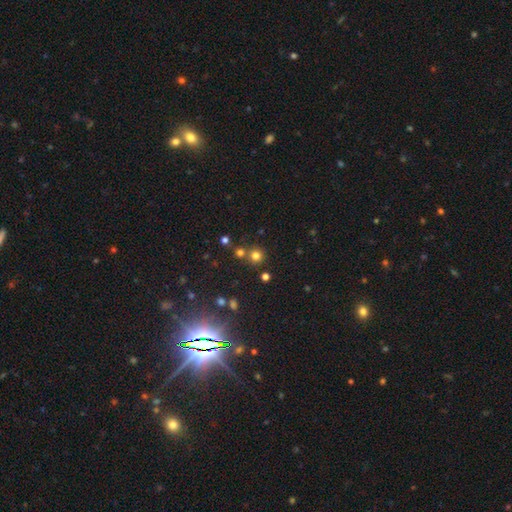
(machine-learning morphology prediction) This appears to be a smooth galaxy with no disk features (73%) that is round (93%). Merging: none (75%).